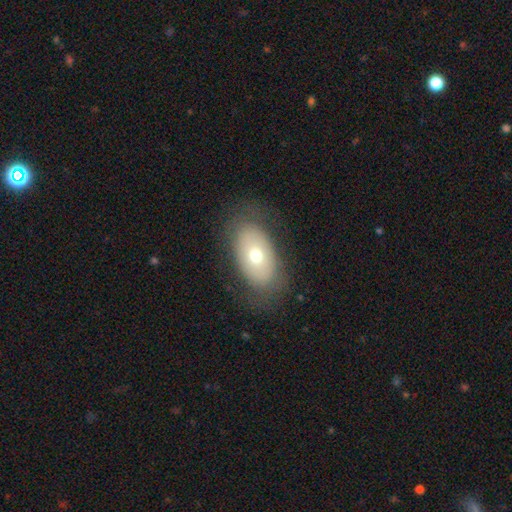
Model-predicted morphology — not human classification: Smooth or featured? Predicted: smooth (p=0.59). How rounded? Predicted: in between (p=0.89). Merging? Predicted: none (p=0.77).